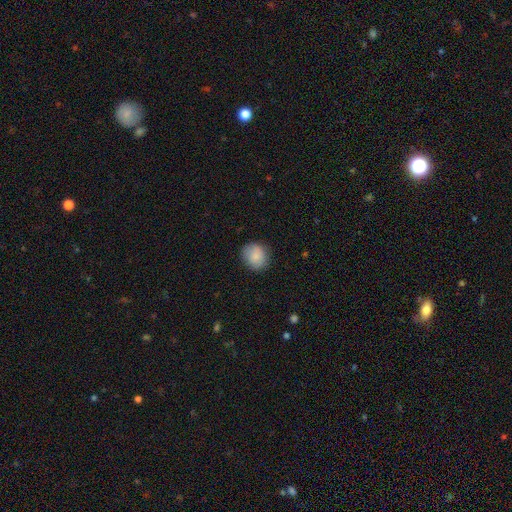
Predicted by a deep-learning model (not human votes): A smooth galaxy with no disk features (87%) that is round (79%). Merging: none (85%).